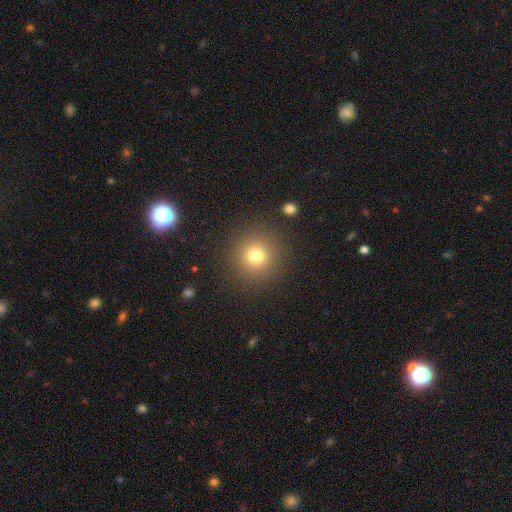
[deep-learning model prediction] This is likely a smooth galaxy (75%). How rounded: clearly round (95%). Merging: clearly none (89%).